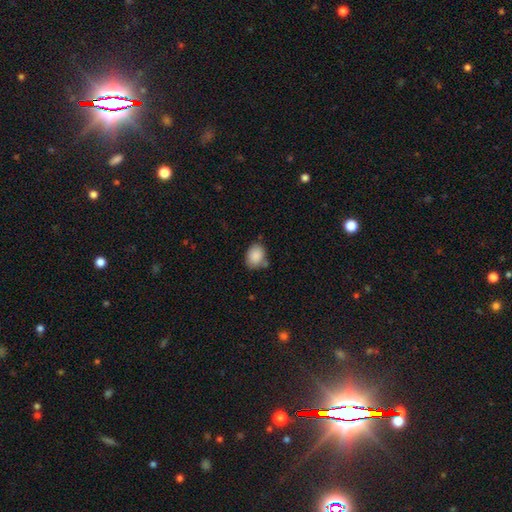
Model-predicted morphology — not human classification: smooth 88%, star or artifact 8%, featured or disk 5%. Down the decision tree: how rounded — in between (56%); merging — none (65%).